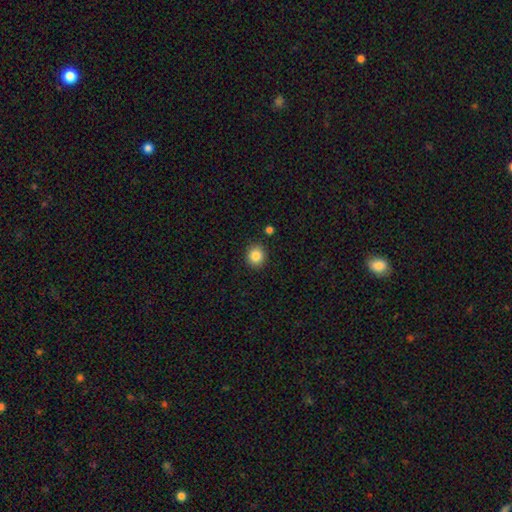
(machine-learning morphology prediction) smooth-or-featured: smooth: 86% | star or artifact: 9% | featured or disk: 5%
  how-rounded: round: 85% | in between: 14% | cigar-shaped: 1%
  merging: none: 89% | minor disturbance: 7% | merger: 2% | major disturbance: 2%